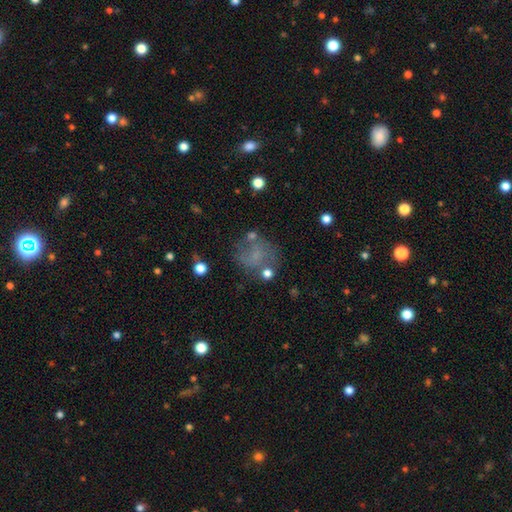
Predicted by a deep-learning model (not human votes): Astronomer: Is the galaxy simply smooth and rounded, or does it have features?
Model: smooth — 46% (runner-up: featured or disk, 35%).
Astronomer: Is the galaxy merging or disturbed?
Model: none — 55%.